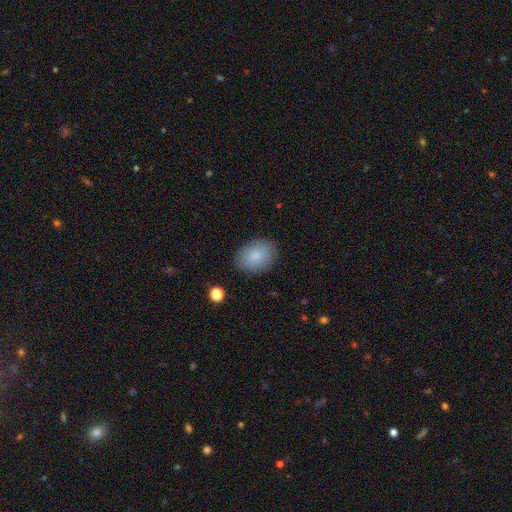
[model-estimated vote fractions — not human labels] smooth-or-featured: smooth: 84% | featured or disk: 9% | star or artifact: 7%
  how-rounded: in between: 72% | round: 27% | cigar-shaped: 1%
  merging: none: 86% | minor disturbance: 10% | major disturbance: 3% | merger: 1%